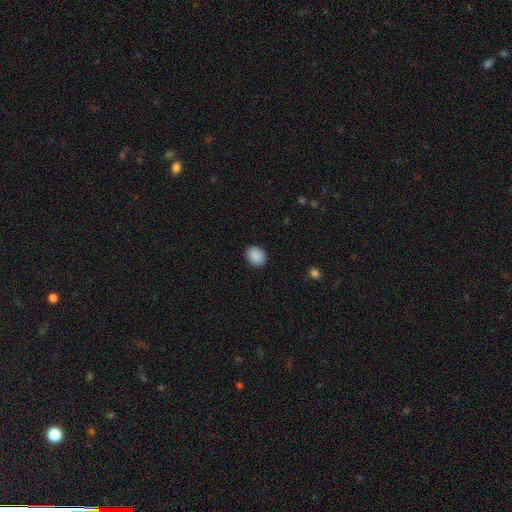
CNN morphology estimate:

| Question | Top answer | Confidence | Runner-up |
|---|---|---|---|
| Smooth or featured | smooth | 90% | star or artifact (8%) |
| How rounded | round | 50% | in between (49%) |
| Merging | none | 89% | minor disturbance (8%) |